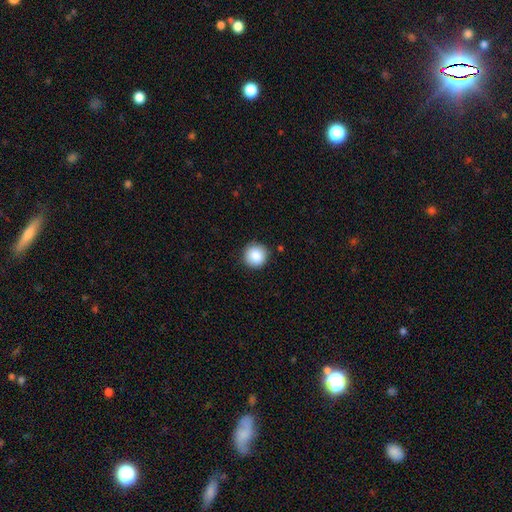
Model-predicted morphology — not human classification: Q: Smooth or featured?
A: smooth (87%); runner-up: star or artifact (9%)
Q: How rounded?
A: round (95%); runner-up: in between (4%)
Q: Merging?
A: none (89%); runner-up: minor disturbance (8%)